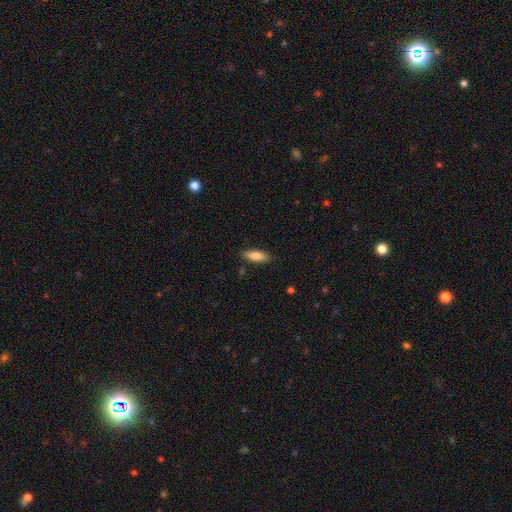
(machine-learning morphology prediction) Smooth or featured? smooth (83%)
How rounded? in between (67%)
Merging? none (86%)